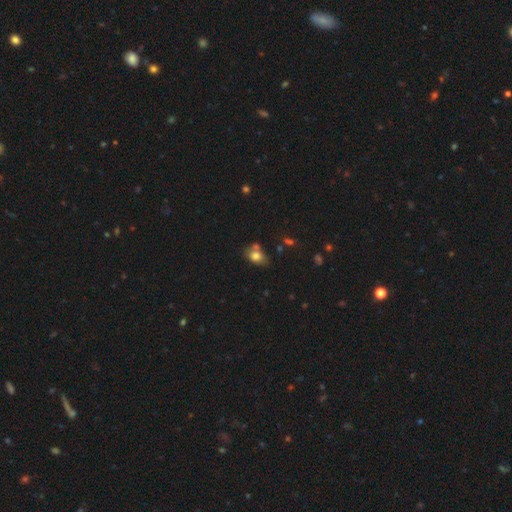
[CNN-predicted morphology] Smooth or featured?
  - smooth: 78% *
  - featured or disk: 12%
  - star or artifact: 10%
How rounded?
  - in between: 73% *
  - round: 26%
  - cigar-shaped: 2%
Merging?
  - none: 52% *
  - minor disturbance: 22%
  - merger: 20%
  - major disturbance: 7%